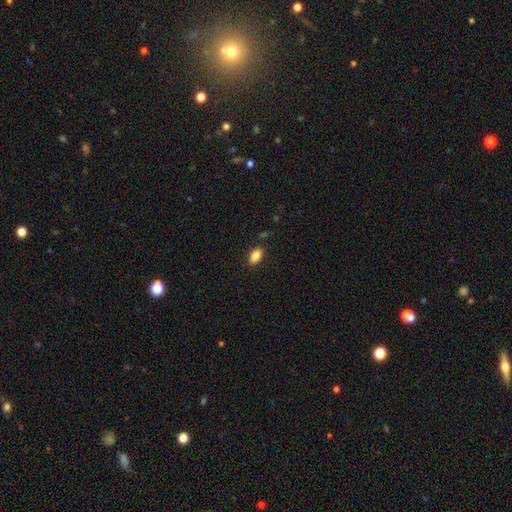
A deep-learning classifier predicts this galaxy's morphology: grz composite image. It shows a smooth galaxy with no disk features (83%) that is in between round and cigar-shaped (90%). Merging: none (85%).